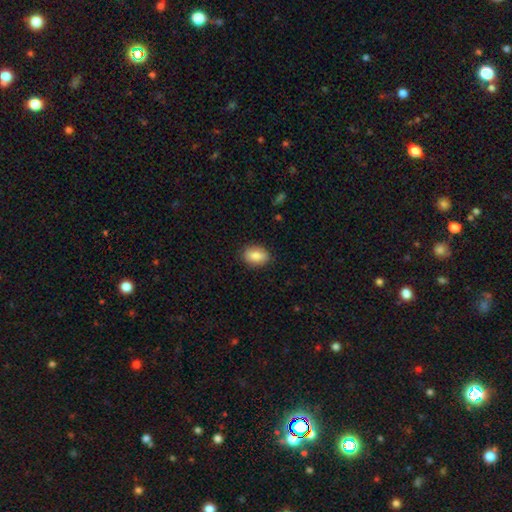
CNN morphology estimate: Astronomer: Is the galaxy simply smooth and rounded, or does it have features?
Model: smooth — 86%.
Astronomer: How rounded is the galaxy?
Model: in between — 82%.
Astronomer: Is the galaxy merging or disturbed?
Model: none — 86%.